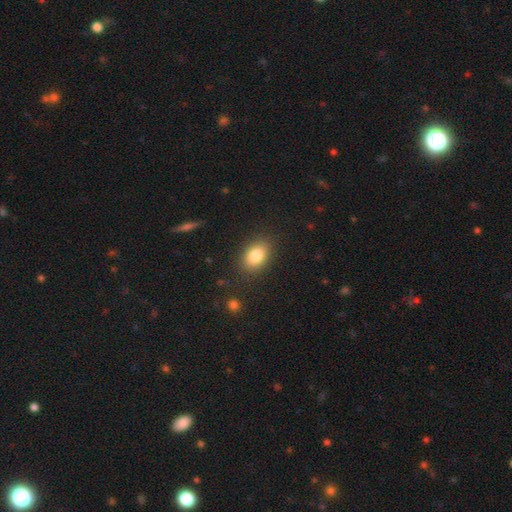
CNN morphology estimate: This is clearly a smooth galaxy (83%). How rounded: clearly in between (80%). Merging: clearly none (85%).